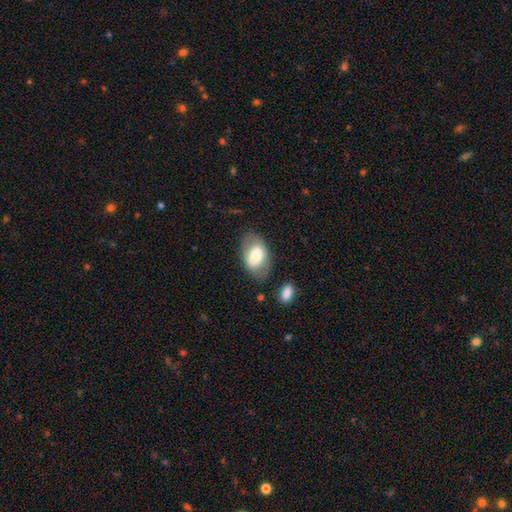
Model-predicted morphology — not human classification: This appears to be a smooth galaxy with no disk features (68%) that is in between round and cigar-shaped (90%). Merging: none (72%).